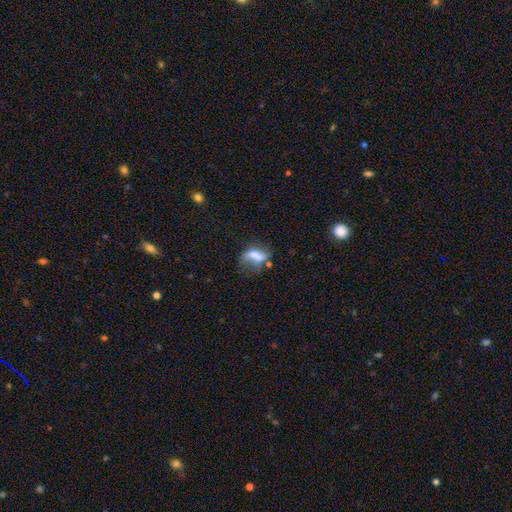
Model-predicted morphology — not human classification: Smooth or featured: smooth — 58% (featured or disk — 31%)
How rounded: in between — 78% (cigar-shaped — 11%)
Merging: major disturbance — 32% (none — 31%)